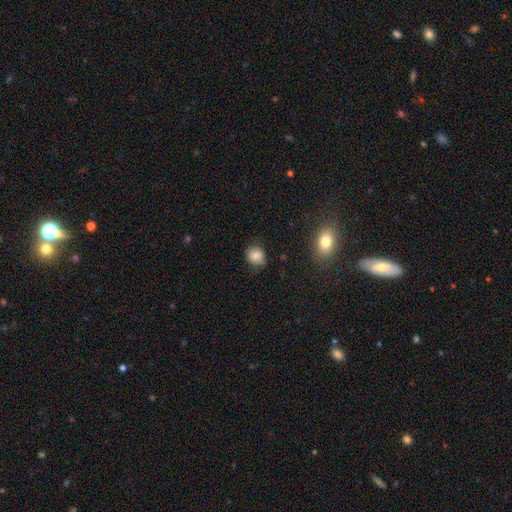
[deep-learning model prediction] Smooth or featured: smooth — 80% (star or artifact — 10%)
How rounded: round — 71% (in between — 28%)
Merging: none — 74% (minor disturbance — 20%)